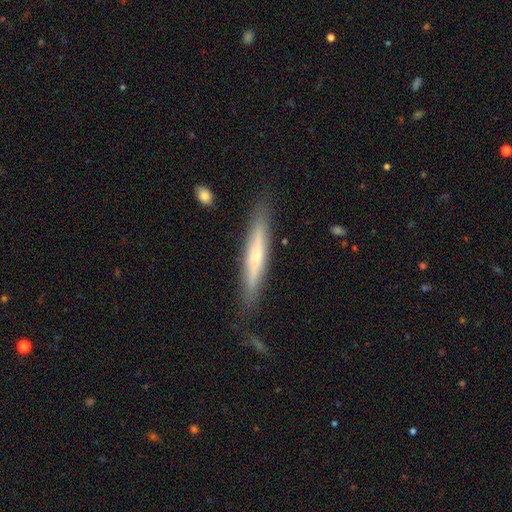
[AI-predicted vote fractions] Morphology: type=featured or disk (50%); edge-on=yes (92%); merging=none (84%).